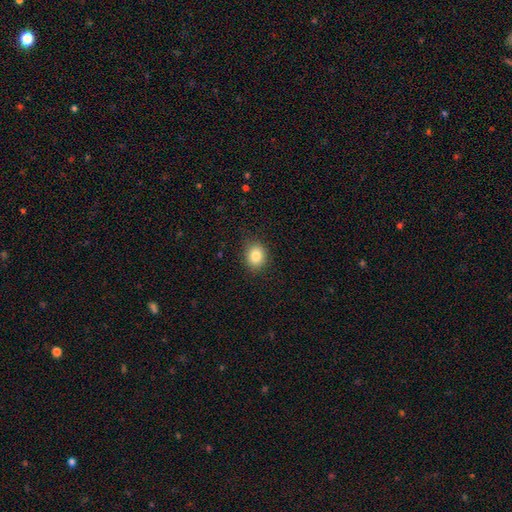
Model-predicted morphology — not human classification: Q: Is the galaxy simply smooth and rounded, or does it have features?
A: smooth — 84%.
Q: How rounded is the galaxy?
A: round — 57%.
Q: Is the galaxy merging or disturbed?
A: none — 88%.